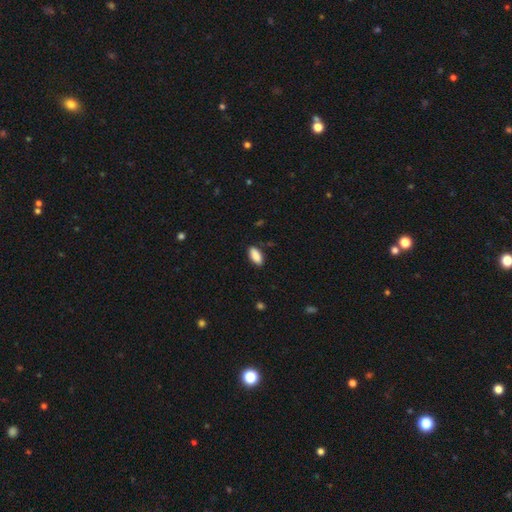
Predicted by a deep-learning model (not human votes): Smooth or featured? Predicted: smooth (p=0.89). How rounded? Predicted: in between (p=0.87). Merging? Predicted: none (p=0.86).